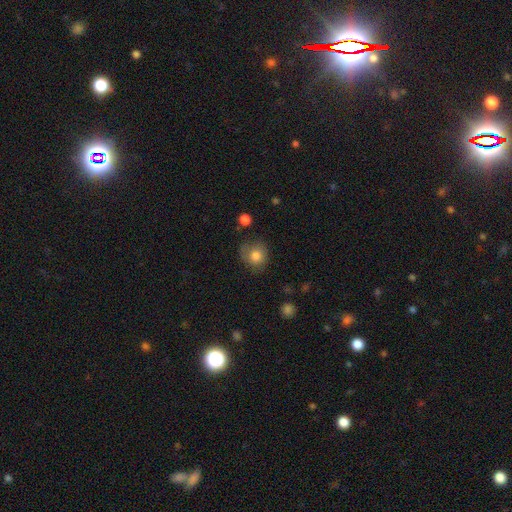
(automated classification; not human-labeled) A smooth galaxy with no disk features (81%) that is round (78%).

Vote fractions:
- Smooth or featured? smooth: 81% / featured or disk: 10% / star or artifact: 9%
- How rounded? round: 78% / in between: 21% / cigar-shaped: 1%
- Merging? none: 64% / minor disturbance: 24% / major disturbance: 9% / merger: 2%